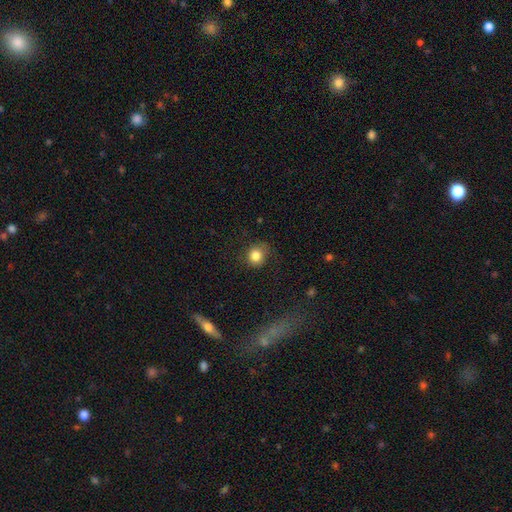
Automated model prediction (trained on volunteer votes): smooth_or_featured: smooth (p=0.83) [alt: star or artifact p=0.10]
how_rounded: round (p=0.82) [alt: in between p=0.17]
merging: none (p=0.75) [alt: minor disturbance p=0.17]